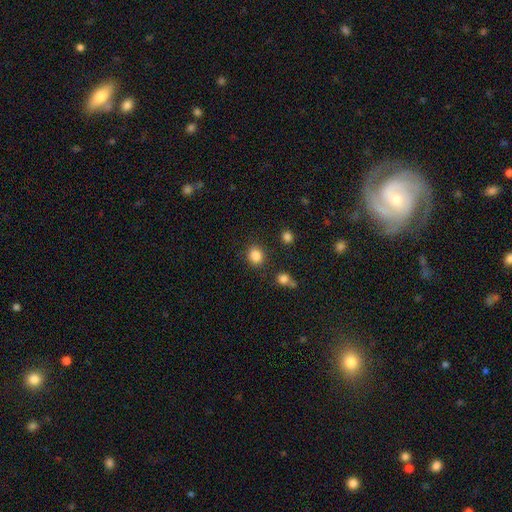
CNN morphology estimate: type=smooth (85%); roundness=round (67%); merging=none (82%).